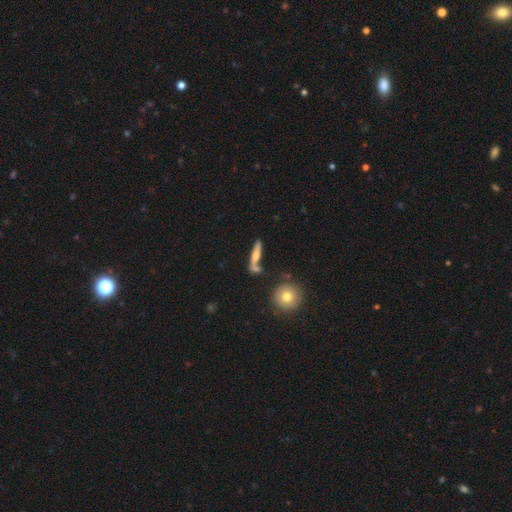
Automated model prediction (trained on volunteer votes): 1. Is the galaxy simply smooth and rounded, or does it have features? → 51% featured or disk, 41% smooth, 8% star or artifact.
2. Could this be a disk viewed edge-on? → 86% yes, 14% no.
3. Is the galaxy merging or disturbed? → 68% none, 13% minor disturbance, 13% merger, 5% major disturbance.